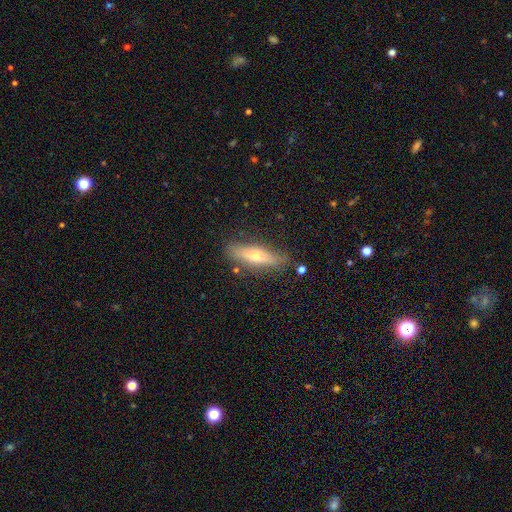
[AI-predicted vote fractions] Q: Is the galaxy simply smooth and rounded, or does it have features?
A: smooth — 51%.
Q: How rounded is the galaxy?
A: cigar-shaped — 69%.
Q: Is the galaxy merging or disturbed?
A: none — 82%.